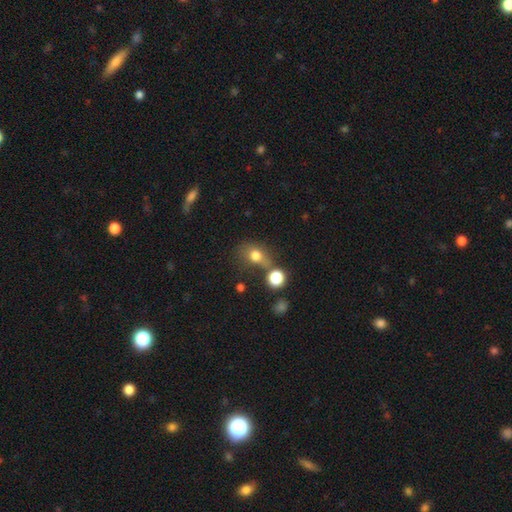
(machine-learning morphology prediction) Smooth or featured: smooth — 75% (star or artifact — 13%)
How rounded: round — 49% (tied with in between — 49%)
Merging: none — 47% (merger — 21%)